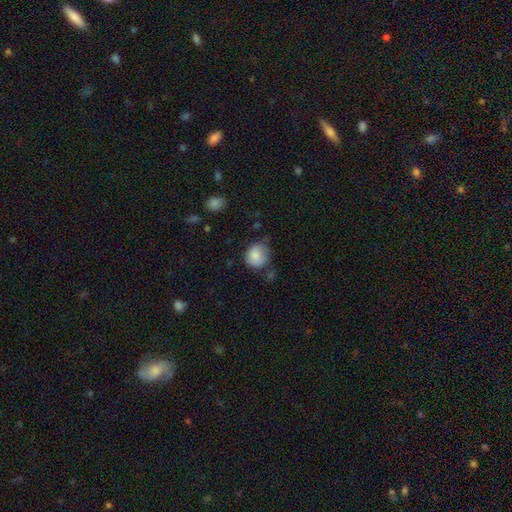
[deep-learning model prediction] Smooth or featured?
  - smooth: 84% *
  - featured or disk: 8%
  - star or artifact: 8%
How rounded?
  - round: 71% *
  - in between: 28%
  - cigar-shaped: 1%
Merging?
  - none: 55% *
  - minor disturbance: 32%
  - major disturbance: 9%
  - merger: 4%